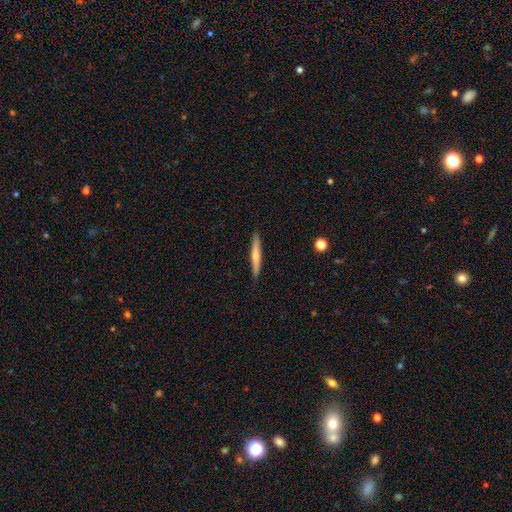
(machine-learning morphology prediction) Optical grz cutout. It shows a smooth galaxy with no disk features (56%) that is cigar-shaped (95%). Merging: none (88%).